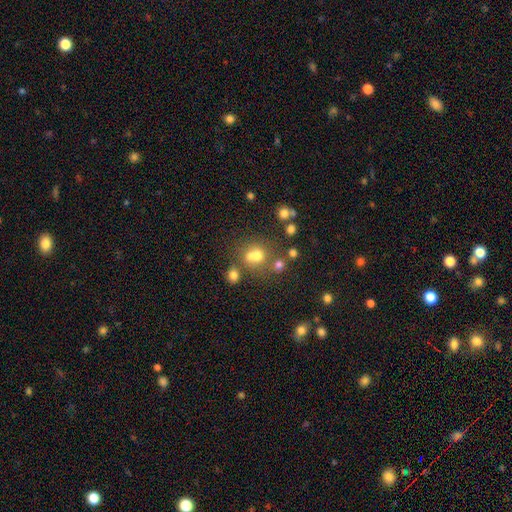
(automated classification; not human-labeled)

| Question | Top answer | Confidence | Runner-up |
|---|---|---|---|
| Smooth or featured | smooth | 63% | star or artifact (20%) |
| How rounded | round | 79% | in between (20%) |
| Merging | none | 46% | merger (40%) |